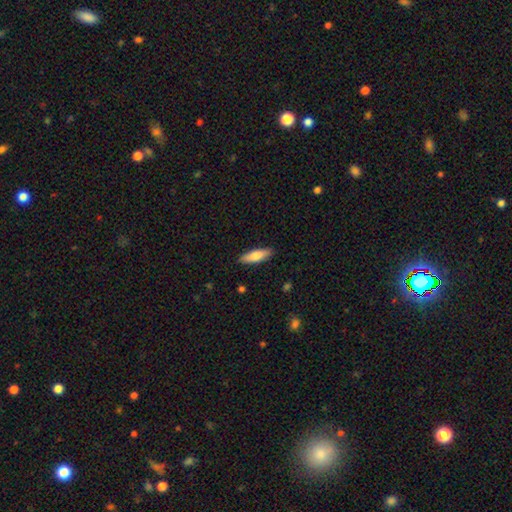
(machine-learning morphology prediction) type=smooth (76%); roundness=cigar-shaped (50%); merging=none (89%).